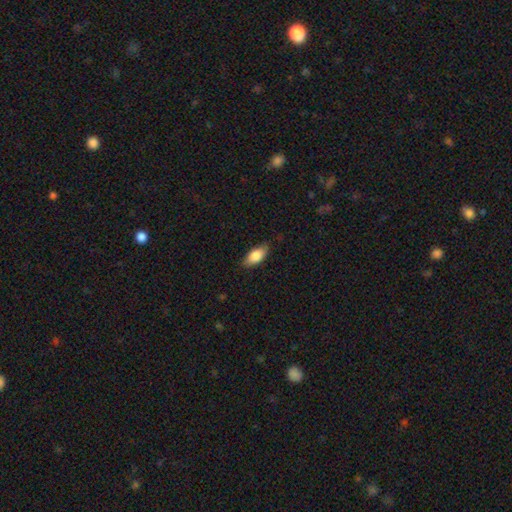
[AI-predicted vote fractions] A smooth galaxy with no disk features (82%) that is in between round and cigar-shaped (88%).

Vote fractions:
- Smooth or featured? smooth: 82% / featured or disk: 12% / star or artifact: 6%
- How rounded? in between: 88% / cigar-shaped: 9% / round: 3%
- Merging? none: 79% / minor disturbance: 17% / major disturbance: 3% / merger: 1%